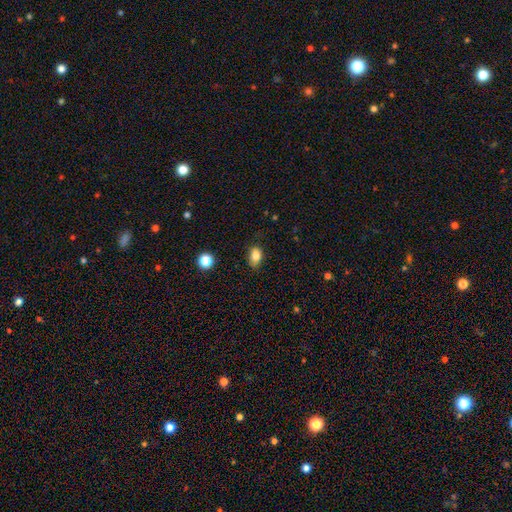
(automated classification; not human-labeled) Overall: smooth (84%). How rounded: in between (81%). Merging: none (76%).